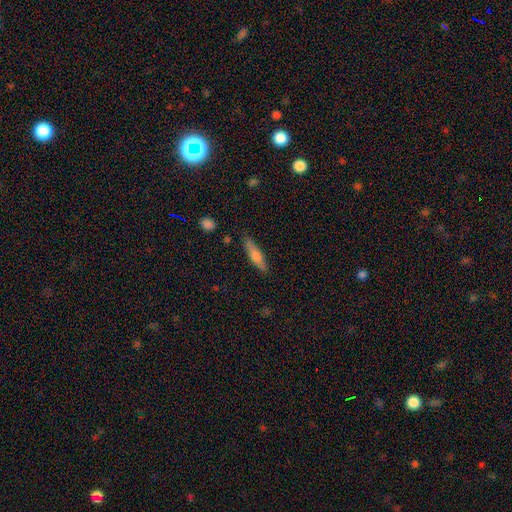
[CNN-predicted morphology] The model was most divided on "smooth or featured": smooth: 64%, featured or disk: 30%, star or artifact: 6%. More confident: merging — none (84%); how rounded — cigar-shaped (79%).